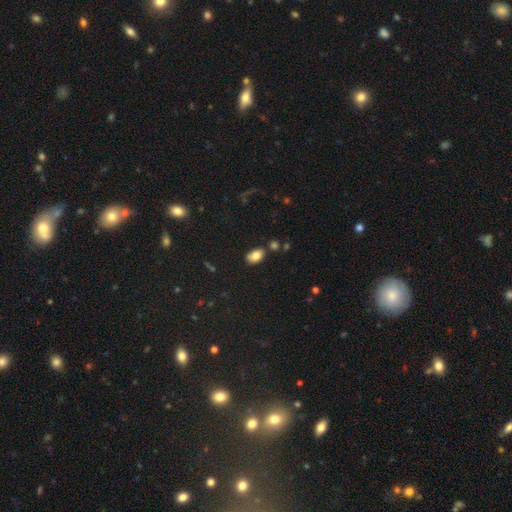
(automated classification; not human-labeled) Smooth or featured: smooth — 81% (featured or disk — 10%)
How rounded: in between — 89% (round — 9%)
Merging: none — 76% (minor disturbance — 14%)